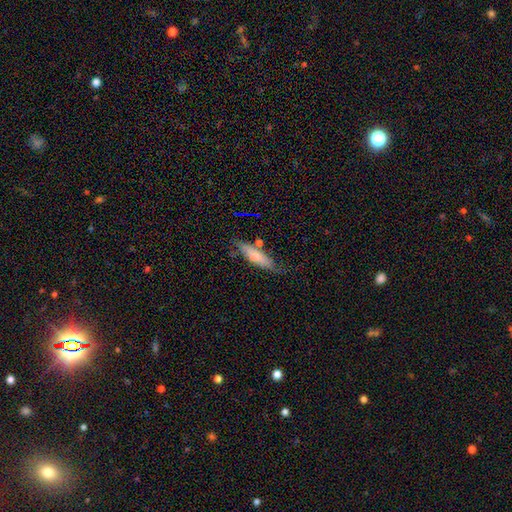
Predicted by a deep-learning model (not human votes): A smooth galaxy with no disk features (67%) that is cigar-shaped (68%). Merging: none (61%).